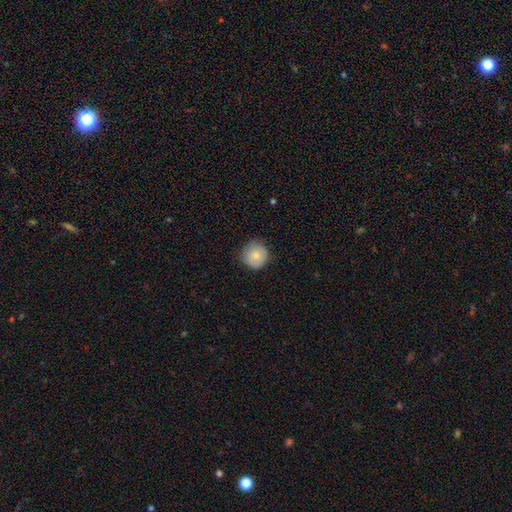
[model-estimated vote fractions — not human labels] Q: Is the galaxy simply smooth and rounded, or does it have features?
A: smooth — 77%.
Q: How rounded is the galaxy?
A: round — 93%.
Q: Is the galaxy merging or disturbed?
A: none — 78%.